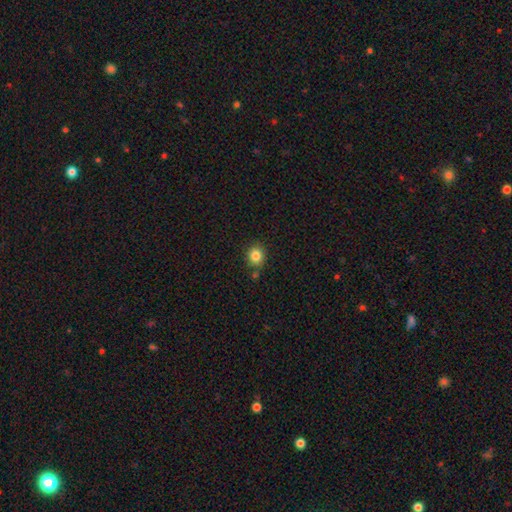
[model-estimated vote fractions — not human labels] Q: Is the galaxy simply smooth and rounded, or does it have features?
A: smooth — 84%.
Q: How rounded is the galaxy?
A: round — 81%.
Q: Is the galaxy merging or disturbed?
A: none — 80%.